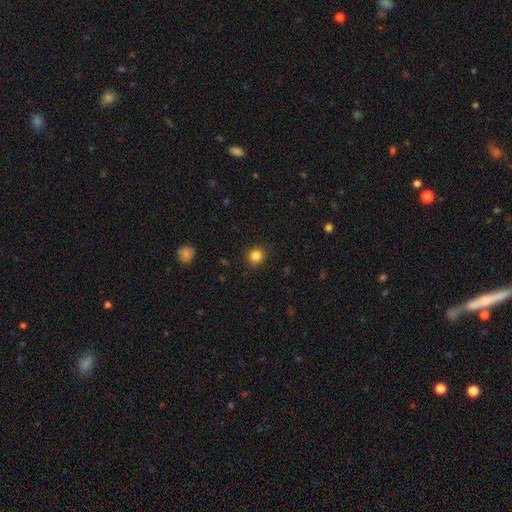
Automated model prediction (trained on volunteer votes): Smooth or featured? smooth (84%)
How rounded? round (90%)
Merging? none (90%)